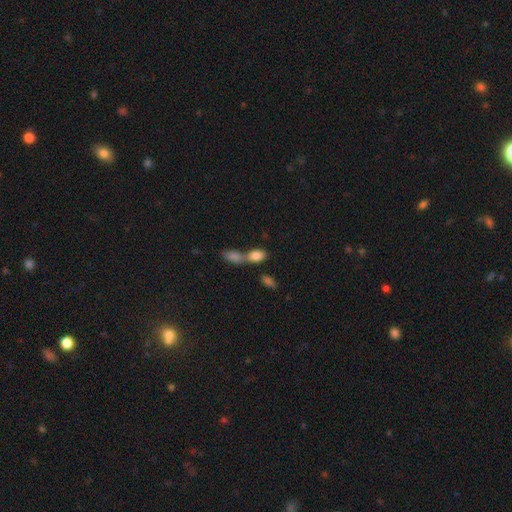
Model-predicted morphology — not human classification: A smooth galaxy with no disk features (82%) that is in between round and cigar-shaped (85%).

Vote fractions:
- Smooth or featured? smooth: 82% / featured or disk: 9% / star or artifact: 9%
- How rounded? in between: 85% / round: 8% / cigar-shaped: 6%
- Merging? merger: 58% / none: 30% / minor disturbance: 8% / major disturbance: 4%